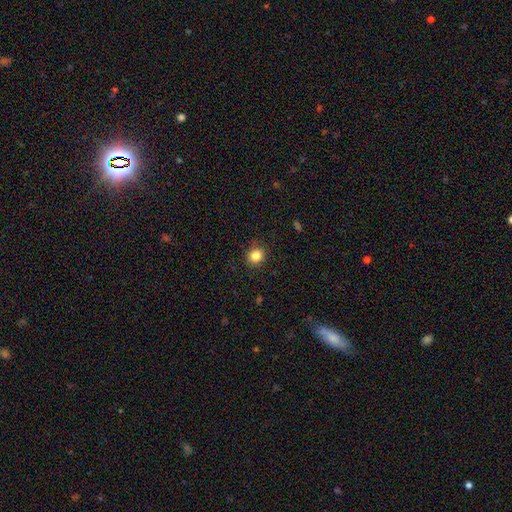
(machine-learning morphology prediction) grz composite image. It shows a smooth galaxy with no disk features (84%) that is round (84%). Merging: none (87%).